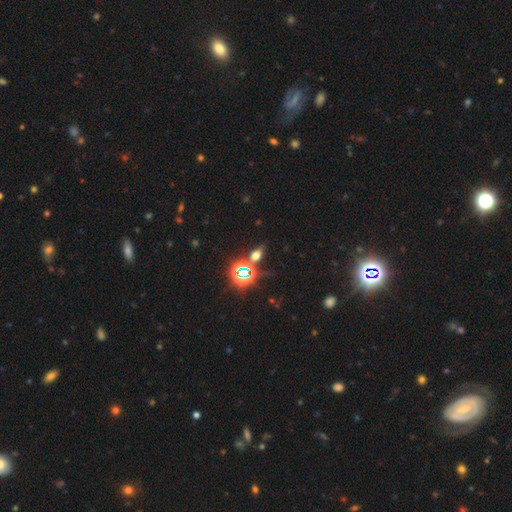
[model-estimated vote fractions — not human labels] Smooth or featured? star or artifact (42%)